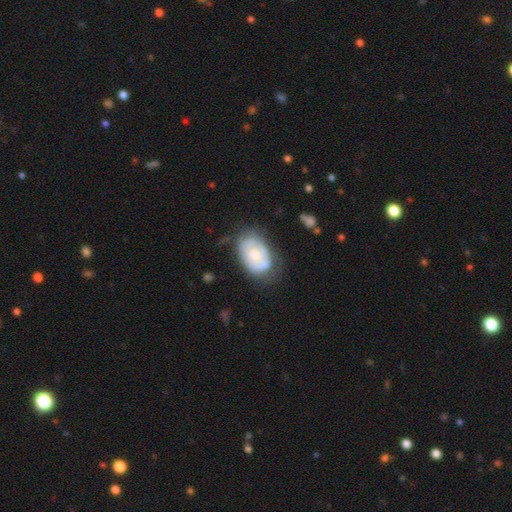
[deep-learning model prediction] Smooth or featured?
  - featured or disk: 47% *
  - smooth: 46%
  - star or artifact: 6%
Merging?
  - none: 54% *
  - minor disturbance: 30%
  - major disturbance: 12%
  - merger: 4%